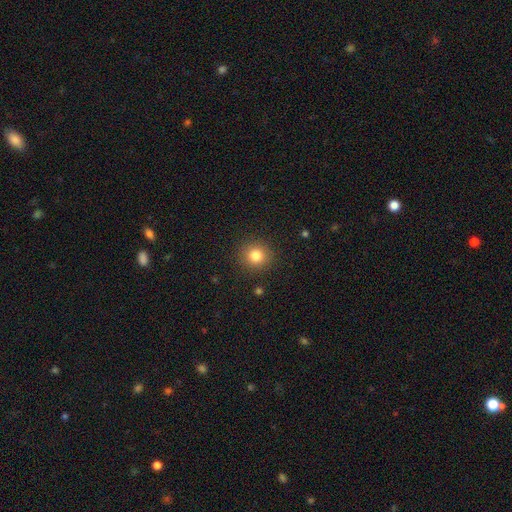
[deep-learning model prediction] This is clearly a smooth galaxy (81%). How rounded: clearly round (92%). Merging: clearly none (90%).